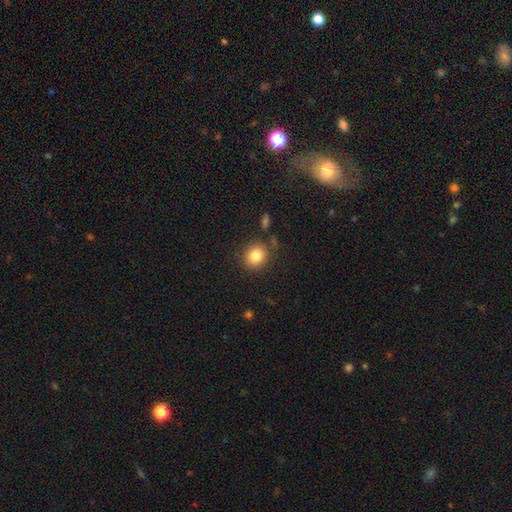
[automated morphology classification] This appears to be a smooth galaxy with no disk features (83%) that is round (73%). Merging: none (82%).